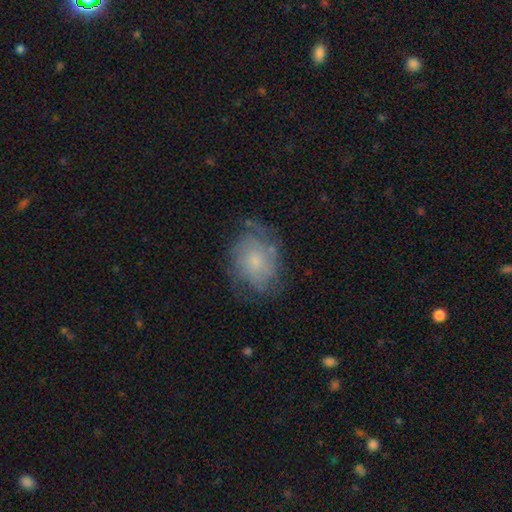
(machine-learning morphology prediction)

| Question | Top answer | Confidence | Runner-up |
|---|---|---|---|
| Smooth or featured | featured or disk | 55% | smooth (29%) |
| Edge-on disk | no | 96% | yes (4%) |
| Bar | no | 78% | weak (19%) |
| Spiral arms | yes | 84% | no (16%) |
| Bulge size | small | 51% | moderate (36%) |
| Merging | none | 73% | minor disturbance (18%) |